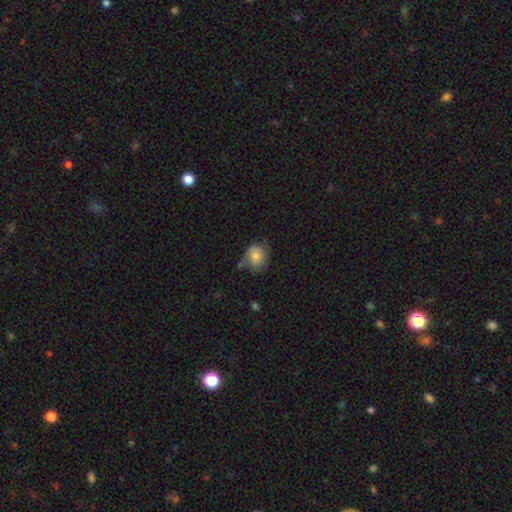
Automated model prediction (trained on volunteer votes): smooth 75%, featured or disk 17%, star or artifact 8%. Down the decision tree: how rounded — round (55%); merging — none (55%).